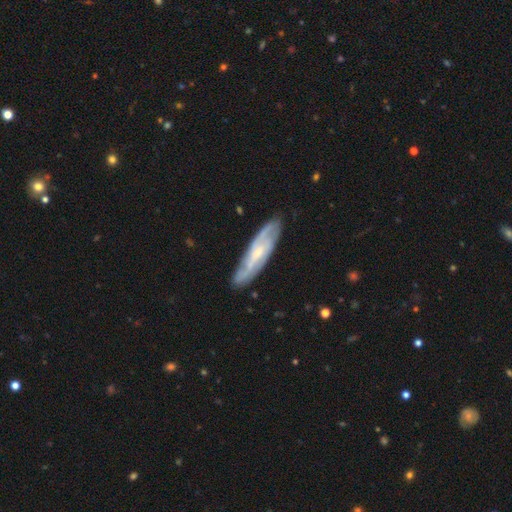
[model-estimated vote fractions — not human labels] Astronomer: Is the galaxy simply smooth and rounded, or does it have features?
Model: featured or disk — 68%.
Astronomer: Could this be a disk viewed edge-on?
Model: no — 63%.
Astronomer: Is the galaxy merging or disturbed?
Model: none — 82%.